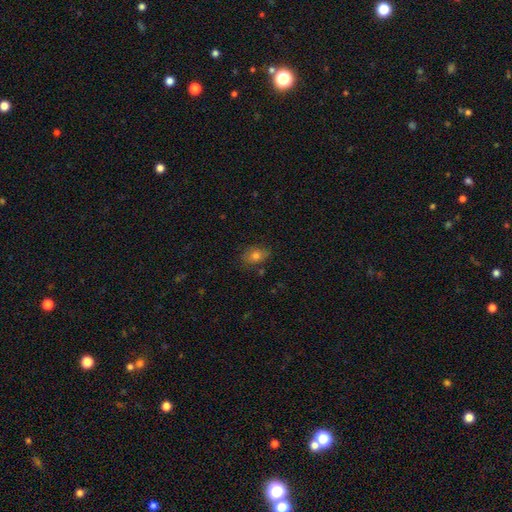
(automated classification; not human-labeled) The model was most divided on "how rounded": in between: 72%, round: 26%, cigar-shaped: 2%. More confident: merging — none (78%); smooth or featured — smooth (75%).